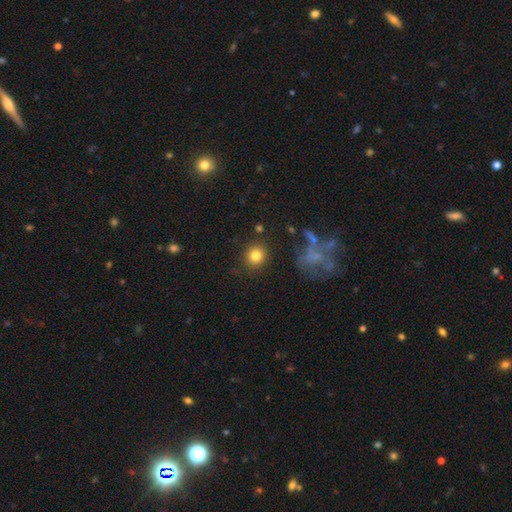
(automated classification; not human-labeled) A smooth galaxy with no disk features (82%) that is round (88%). Merging: none (86%).